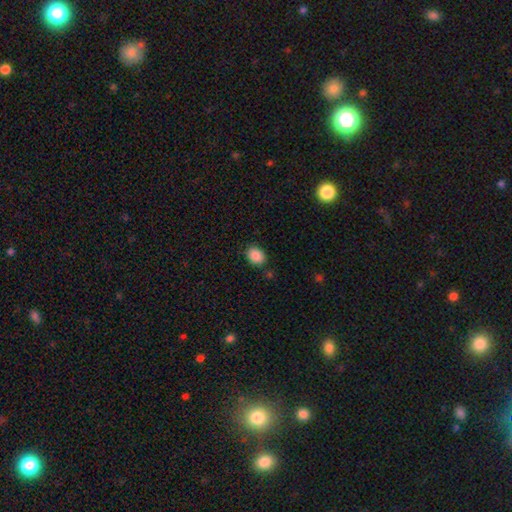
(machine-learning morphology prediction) This is clearly a smooth galaxy (88%). How rounded: likely in between (67%). Merging: clearly none (84%).